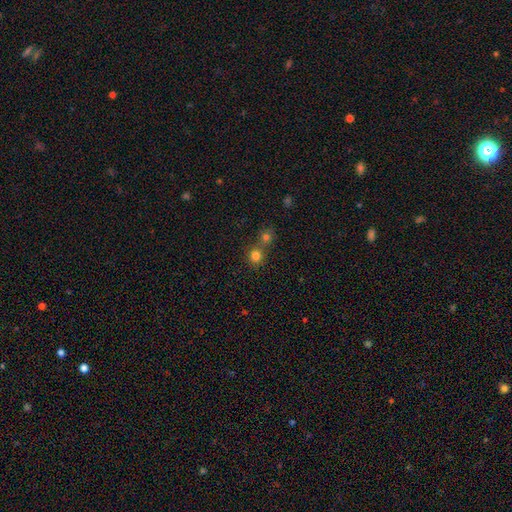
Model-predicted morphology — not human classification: smooth-or-featured: smooth: 79% | star or artifact: 14% | featured or disk: 7%
  how-rounded: round: 89% | in between: 10% | cigar-shaped: 1%
  merging: none: 53% | merger: 39% | minor disturbance: 5% | major disturbance: 2%